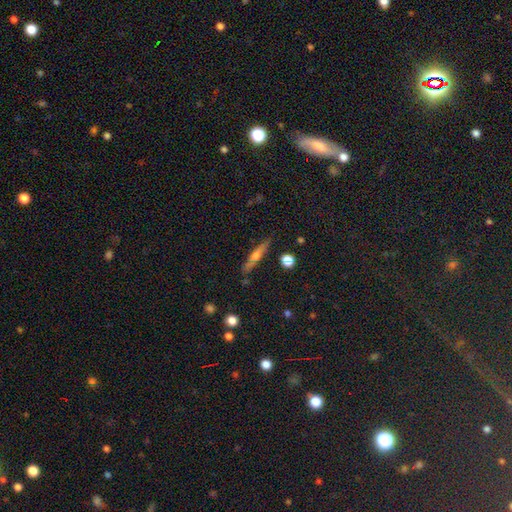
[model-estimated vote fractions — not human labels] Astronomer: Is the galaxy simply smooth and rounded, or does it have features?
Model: featured or disk — 57%.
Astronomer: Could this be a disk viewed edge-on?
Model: yes — 94%.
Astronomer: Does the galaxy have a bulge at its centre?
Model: rounded — 82%.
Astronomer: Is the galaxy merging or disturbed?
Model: none — 86%.